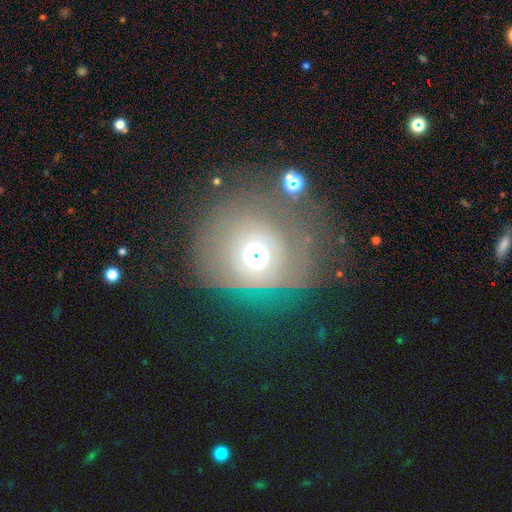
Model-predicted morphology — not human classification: The model was most divided on "smooth or featured": smooth: 44%, featured or disk: 40%, star or artifact: 16%. More confident: merging — none (56%).